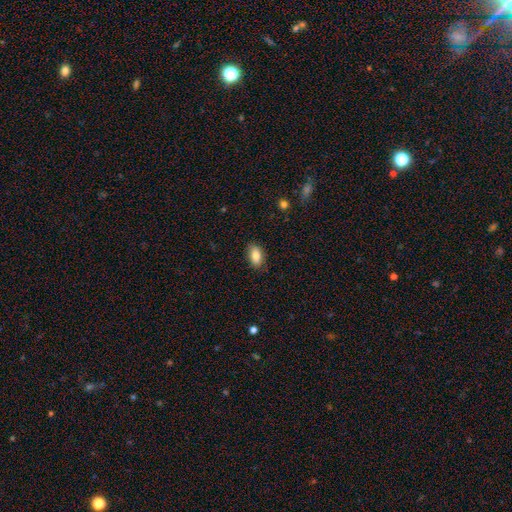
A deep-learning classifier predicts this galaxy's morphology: Smooth or featured?
  - smooth: 83% *
  - featured or disk: 9%
  - star or artifact: 8%
How rounded?
  - in between: 91% *
  - round: 5%
  - cigar-shaped: 4%
Merging?
  - none: 86% *
  - minor disturbance: 11%
  - major disturbance: 2%
  - merger: 1%